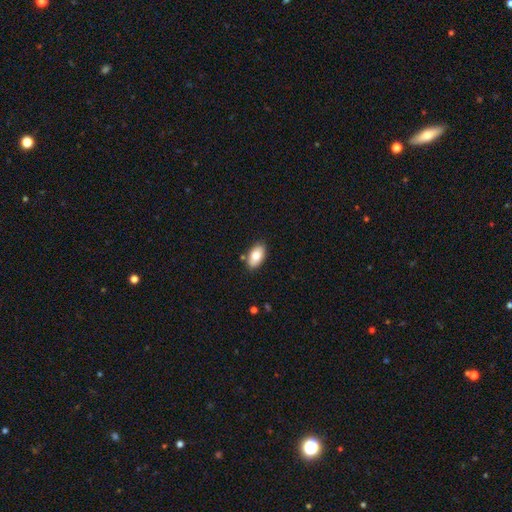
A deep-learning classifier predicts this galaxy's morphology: smooth_or_featured: smooth (p=0.79) [alt: featured or disk p=0.15]
how_rounded: in between (p=0.94) [alt: round p=0.04]
merging: none (p=0.84) [alt: minor disturbance p=0.11]